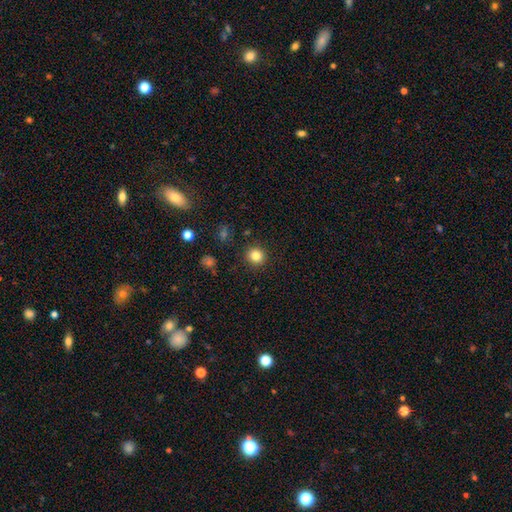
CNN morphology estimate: smooth_or_featured: smooth (p=0.83) [alt: star or artifact p=0.11]
how_rounded: round (p=0.92) [alt: in between p=0.07]
merging: none (p=0.91) [alt: minor disturbance p=0.05]